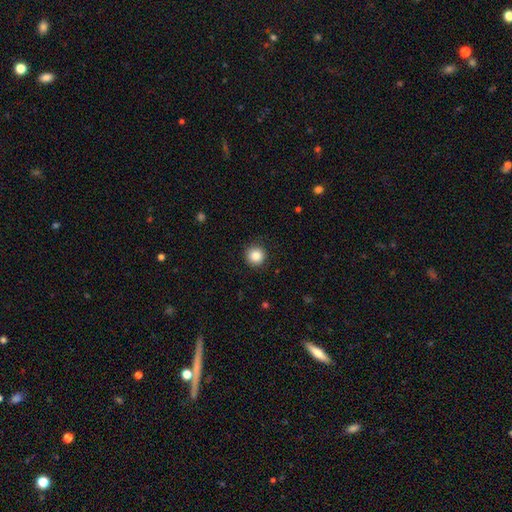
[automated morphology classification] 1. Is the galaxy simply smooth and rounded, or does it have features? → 85% smooth, 10% star or artifact, 5% featured or disk.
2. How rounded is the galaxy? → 95% round, 4% in between, 1% cigar-shaped.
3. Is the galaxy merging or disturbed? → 90% none, 7% minor disturbance, 2% major disturbance, 1% merger.